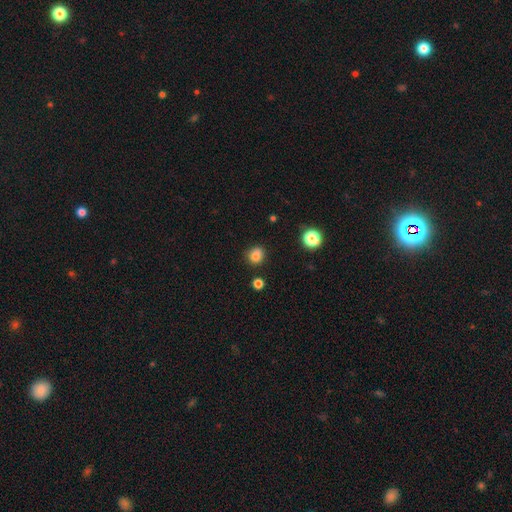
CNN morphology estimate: smooth-or-featured: smooth: 82% | star or artifact: 13% | featured or disk: 5%
  how-rounded: round: 79% | in between: 20% | cigar-shaped: 1%
  merging: none: 82% | minor disturbance: 12% | merger: 4% | major disturbance: 3%